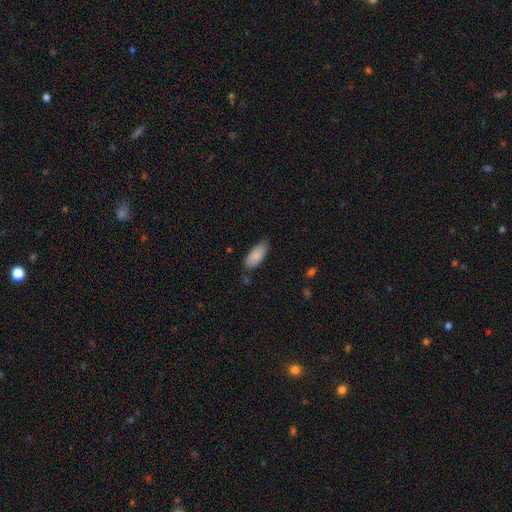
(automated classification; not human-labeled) smooth_or_featured: smooth (p=0.87) [alt: featured or disk p=0.07]
how_rounded: in between (p=0.86) [alt: cigar-shaped p=0.13]
merging: none (p=0.74) [alt: minor disturbance p=0.20]